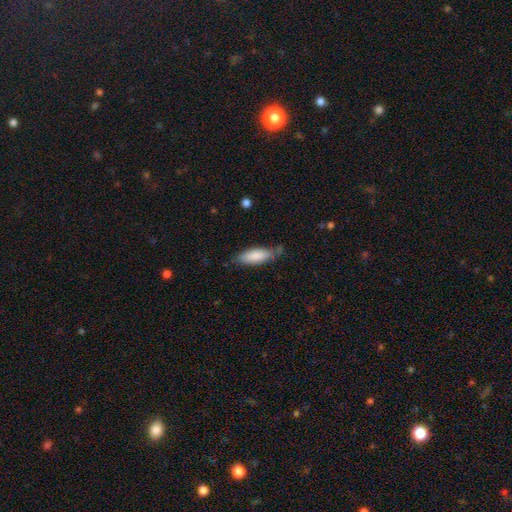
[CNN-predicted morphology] smooth 84%, featured or disk 11%, star or artifact 6%. Down the decision tree: how rounded — in between (60%); merging — none (67%).